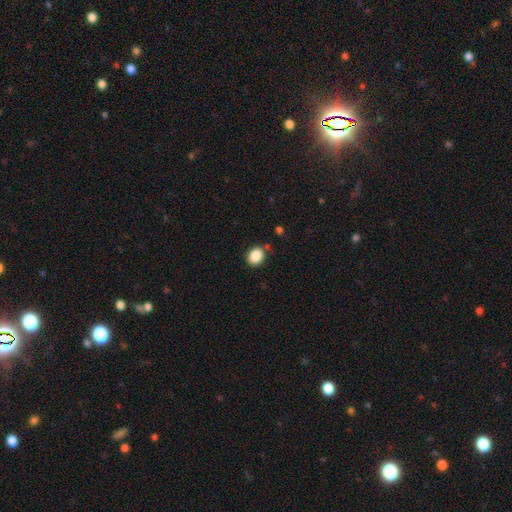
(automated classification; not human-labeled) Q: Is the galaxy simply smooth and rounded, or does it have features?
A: smooth — 87%.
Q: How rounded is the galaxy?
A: round — 53%.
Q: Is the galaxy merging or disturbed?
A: none — 81%.